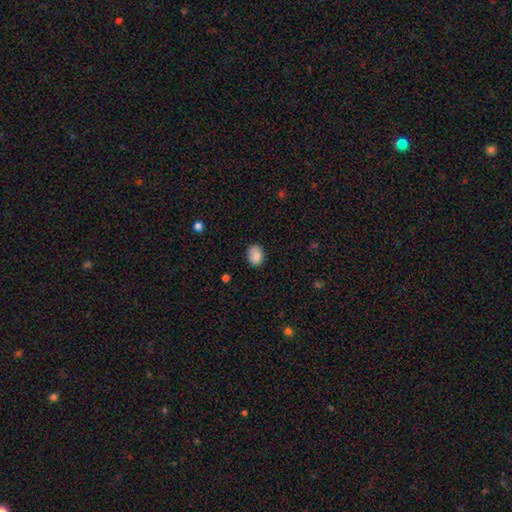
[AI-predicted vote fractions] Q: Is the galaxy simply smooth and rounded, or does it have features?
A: smooth — 88%.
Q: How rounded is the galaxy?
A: in between — 66%.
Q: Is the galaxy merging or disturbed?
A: none — 82%.